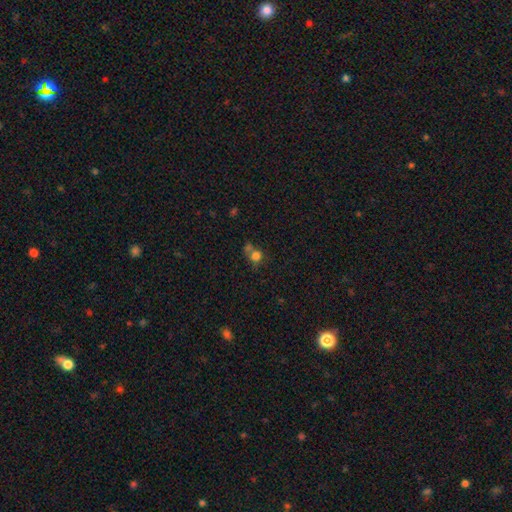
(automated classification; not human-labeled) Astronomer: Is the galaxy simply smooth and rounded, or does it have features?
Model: smooth — 75%.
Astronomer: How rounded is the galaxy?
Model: round — 82%.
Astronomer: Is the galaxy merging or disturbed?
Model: none — 44% (runner-up: merger, 37%).